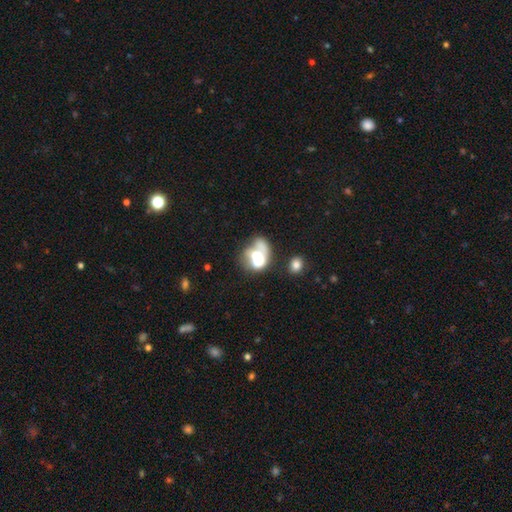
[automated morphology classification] Smooth or featured?
  - smooth: 49% *
  - featured or disk: 42%
  - star or artifact: 9%
Merging?
  - merger: 53% *
  - major disturbance: 17%
  - none: 17%
  - minor disturbance: 13%